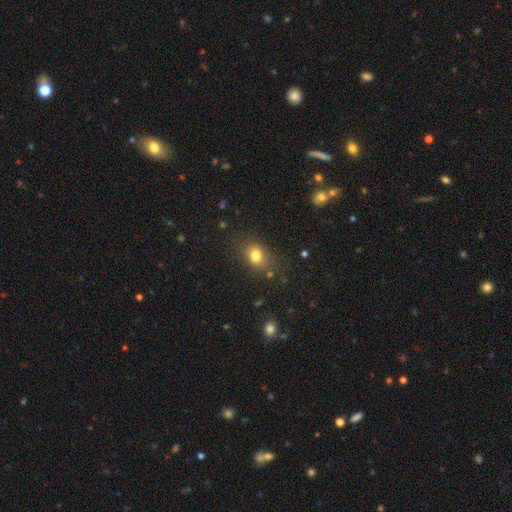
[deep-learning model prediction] Smooth or featured?
  - smooth: 79% *
  - star or artifact: 13%
  - featured or disk: 9%
How rounded?
  - in between: 57% *
  - round: 41%
  - cigar-shaped: 1%
Merging?
  - none: 76% *
  - minor disturbance: 15%
  - major disturbance: 5%
  - merger: 3%